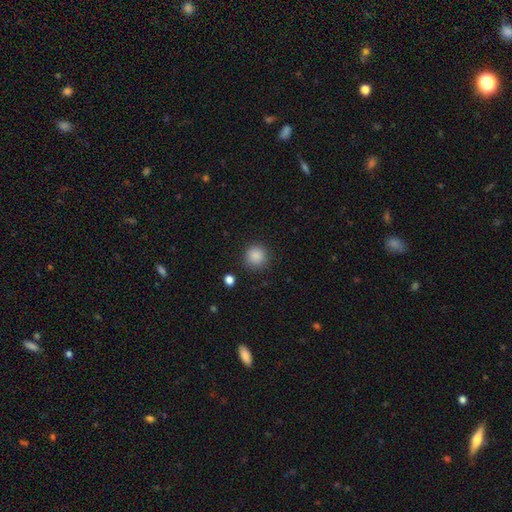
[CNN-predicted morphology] Smooth or featured?
  - smooth: 87% *
  - star or artifact: 10%
  - featured or disk: 3%
How rounded?
  - round: 93% *
  - in between: 6%
  - cigar-shaped: 1%
Merging?
  - none: 88% *
  - minor disturbance: 8%
  - major disturbance: 3%
  - merger: 2%